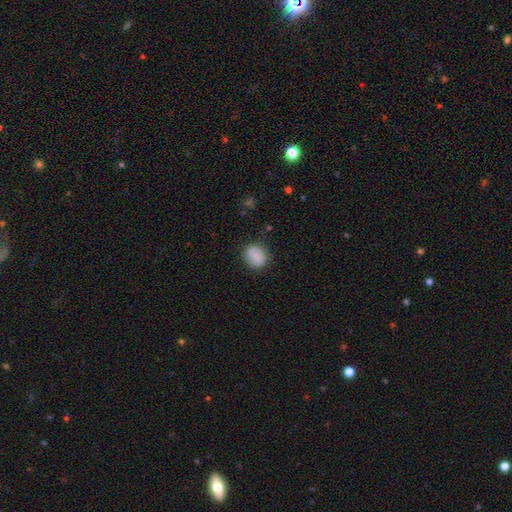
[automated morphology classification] Overall: smooth (86%). How rounded: round (61%; in between 38%). Merging: none (82%).